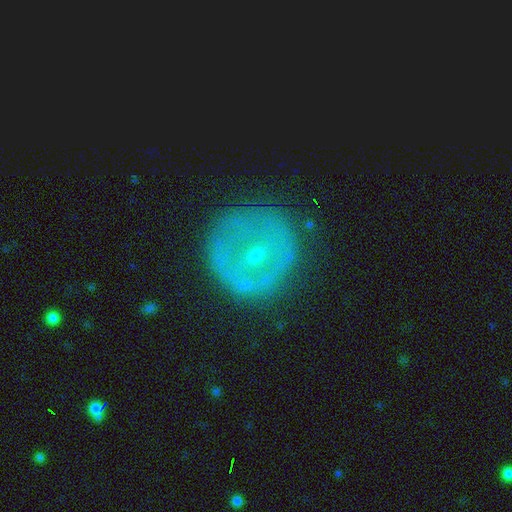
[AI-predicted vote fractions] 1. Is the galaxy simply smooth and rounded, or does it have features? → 56% featured or disk, 30% smooth, 14% star or artifact.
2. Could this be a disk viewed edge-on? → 95% no, 5% yes.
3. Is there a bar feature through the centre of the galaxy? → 58% no, 28% weak, 14% strong.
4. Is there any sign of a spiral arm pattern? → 73% no, 27% yes.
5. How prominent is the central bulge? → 71% small, 24% moderate, 3% none, 1% large, 1% dominant.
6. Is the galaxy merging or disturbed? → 76% none, 16% minor disturbance, 7% major disturbance, 2% merger.